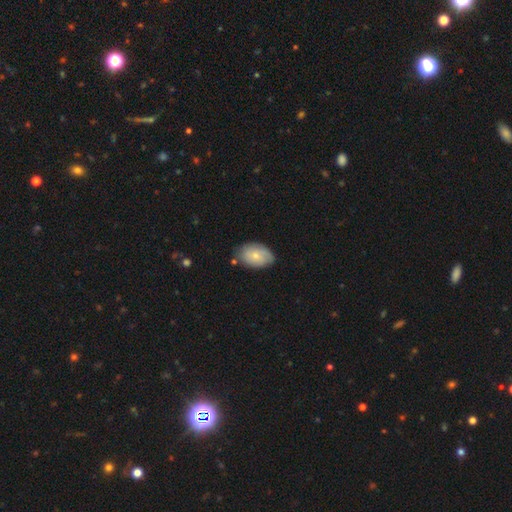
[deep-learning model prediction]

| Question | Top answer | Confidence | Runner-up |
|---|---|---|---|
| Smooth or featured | smooth | 71% | featured or disk (23%) |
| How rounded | in between | 88% | round (11%) |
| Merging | none | 72% | minor disturbance (21%) |